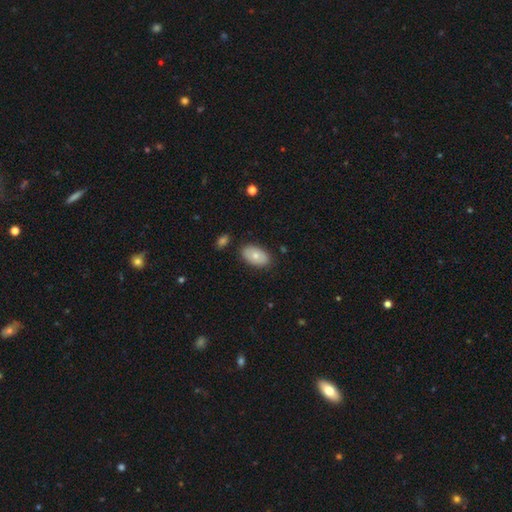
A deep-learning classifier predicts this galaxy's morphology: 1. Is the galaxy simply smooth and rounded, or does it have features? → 71% smooth, 23% featured or disk, 7% star or artifact.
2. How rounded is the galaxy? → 92% in between, 6% round, 1% cigar-shaped.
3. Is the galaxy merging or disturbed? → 82% none, 13% minor disturbance, 3% major disturbance, 2% merger.